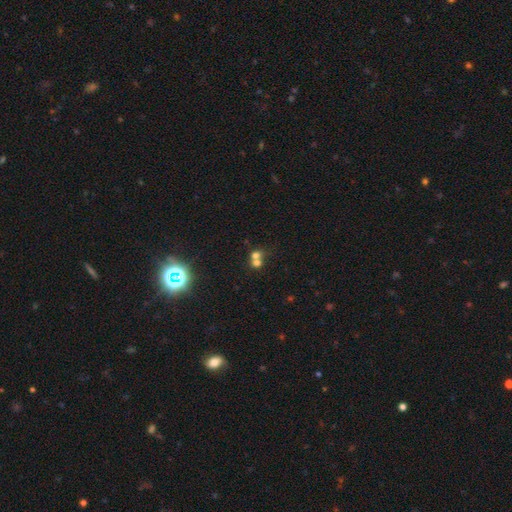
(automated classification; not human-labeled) Smooth or featured? smooth (63%)
How rounded? round (76%)
Merging? merger (62%)